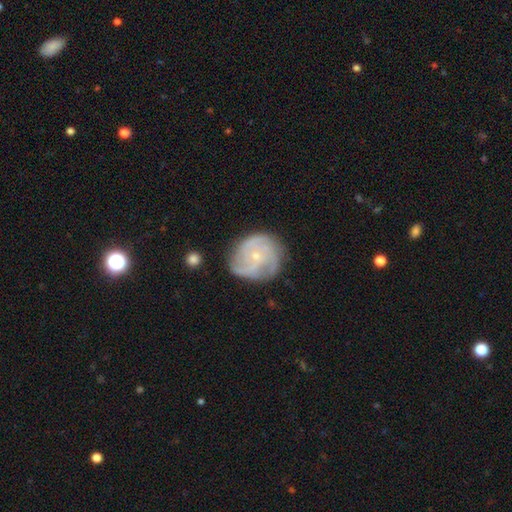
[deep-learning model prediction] smooth-or-featured: featured or disk: 83% | smooth: 11% | star or artifact: 6%
  disk-edge-on: no: 98% | yes: 2%
    bar: no: 76% | weak: 21% | strong: 3%
    has-spiral-arms: yes: 96% | no: 4%
      spiral-winding: tight: 56% | medium: 36% | loose: 8%
      spiral-arm-count: 3: 43% | 4: 22% | can't tell: 15% | 2: 10% | more than 4: 5% | 1: 5%
    bulge-size: small: 78% | moderate: 19% | none: 2% | large: 1% | dominant: 1%
  merging: none: 74% | minor disturbance: 18% | major disturbance: 6% | merger: 2%